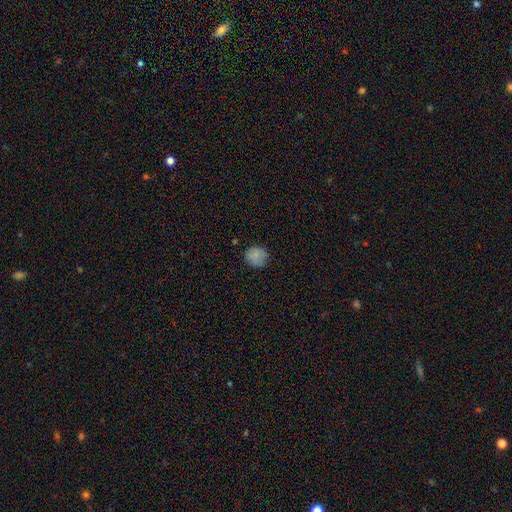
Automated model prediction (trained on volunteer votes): Q: Smooth or featured?
A: smooth (83%); runner-up: star or artifact (10%)
Q: How rounded?
A: round (83%); runner-up: in between (16%)
Q: Merging?
A: none (82%); runner-up: minor disturbance (14%)